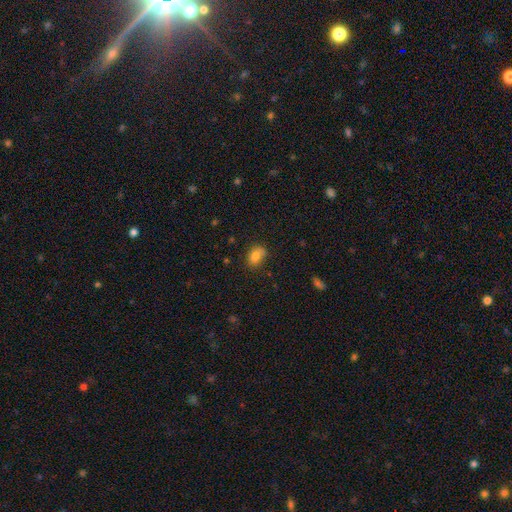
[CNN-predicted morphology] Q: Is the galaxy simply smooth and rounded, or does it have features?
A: smooth — 83%.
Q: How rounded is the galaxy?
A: in between — 78%.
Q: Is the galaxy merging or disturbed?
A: none — 69%.